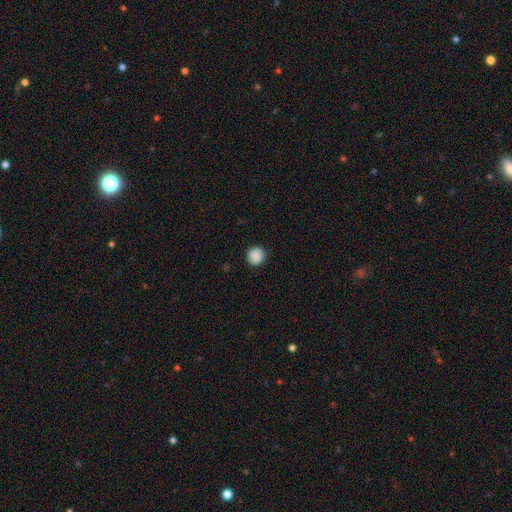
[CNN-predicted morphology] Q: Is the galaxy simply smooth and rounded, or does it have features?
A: smooth — 88%.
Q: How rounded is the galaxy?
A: round — 92%.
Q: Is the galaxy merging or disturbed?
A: none — 88%.